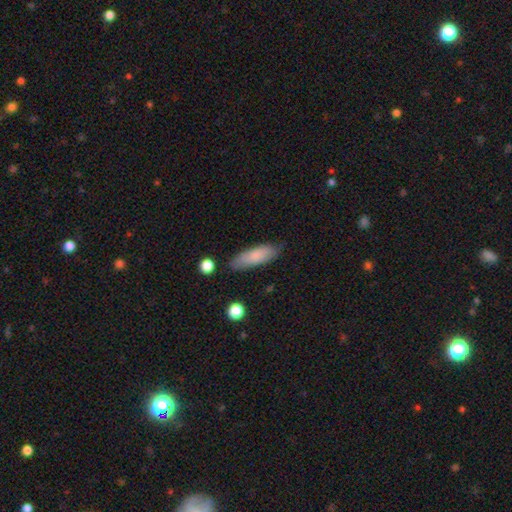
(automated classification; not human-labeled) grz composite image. It shows a smooth galaxy with no disk features (81%) that is in between round and cigar-shaped (50%). Merging: none (79%).